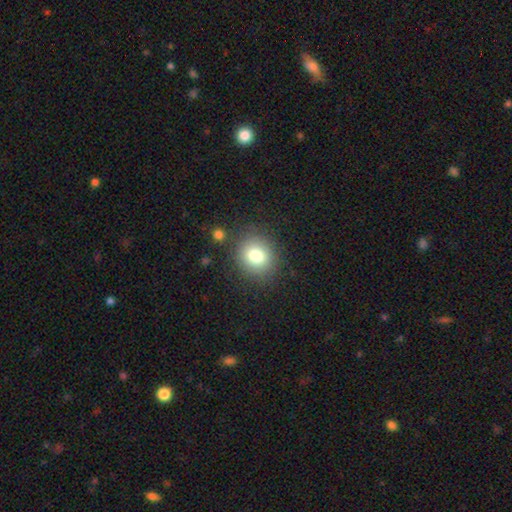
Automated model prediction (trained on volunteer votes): Smooth or featured? smooth (78%)
How rounded? round (80%)
Merging? none (84%)